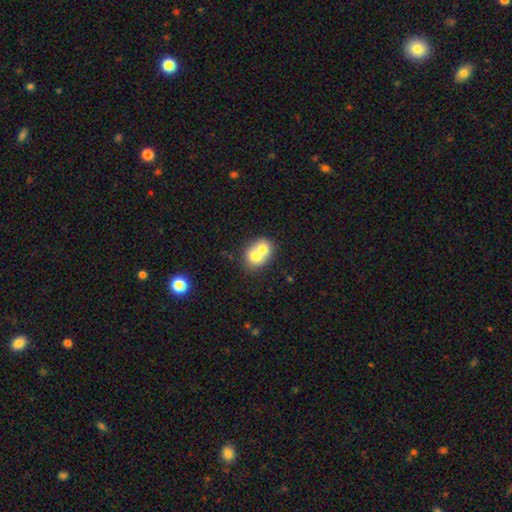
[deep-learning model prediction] Smooth or featured: smooth — 67% (featured or disk — 24%)
How rounded: round — 64% (in between — 36%)
Merging: merger — 70% (none — 22%)